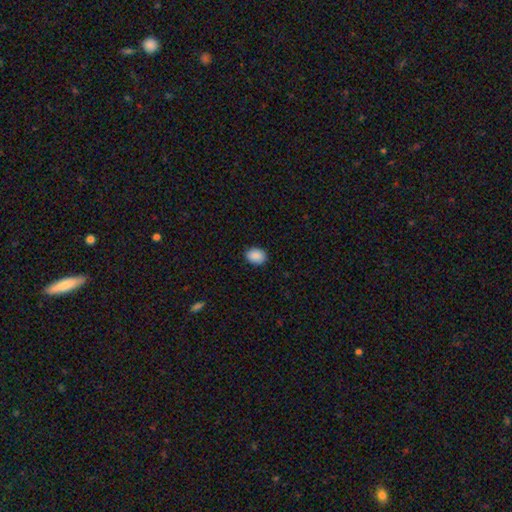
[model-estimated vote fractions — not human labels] Smooth or featured? smooth (90%)
How rounded? in between (67%)
Merging? none (89%)